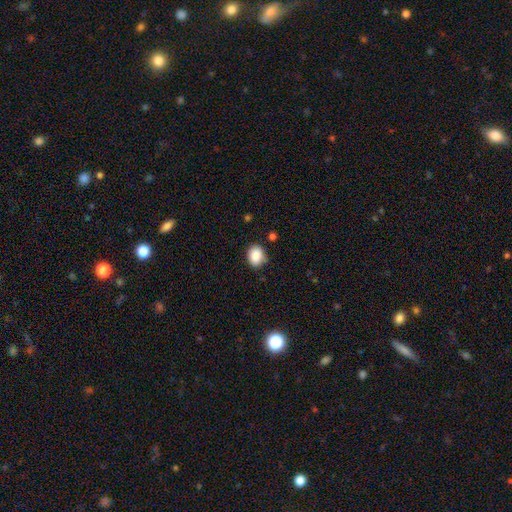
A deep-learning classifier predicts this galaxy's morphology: Smooth or featured?
  - smooth: 87% *
  - star or artifact: 9%
  - featured or disk: 5%
How rounded?
  - in between: 54% *
  - round: 45%
  - cigar-shaped: 1%
Merging?
  - none: 78% *
  - minor disturbance: 17%
  - major disturbance: 3%
  - merger: 2%